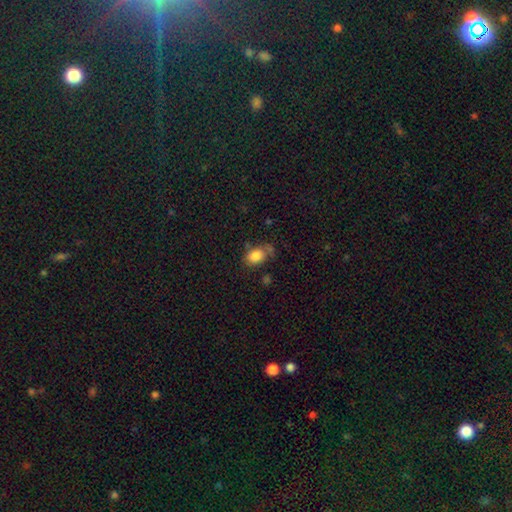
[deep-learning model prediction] A smooth galaxy with no disk features (84%) that is in between round and cigar-shaped (76%).

Vote fractions:
- Smooth or featured? smooth: 84% / star or artifact: 9% / featured or disk: 8%
- How rounded? in between: 76% / round: 23% / cigar-shaped: 1%
- Merging? none: 56% / minor disturbance: 25% / major disturbance: 11% / merger: 8%